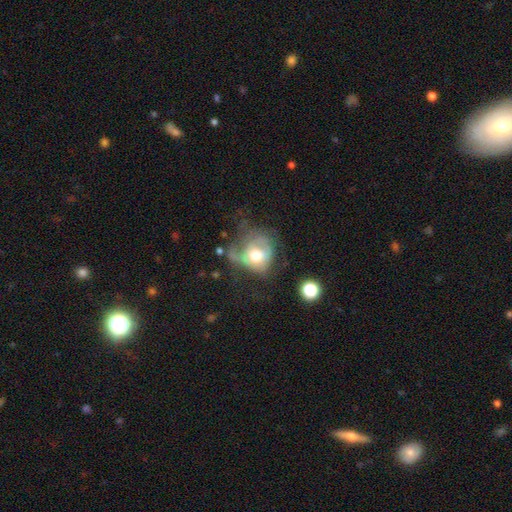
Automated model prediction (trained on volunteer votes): A smooth galaxy with no disk features (46%). Merging: major disturbance (47%).